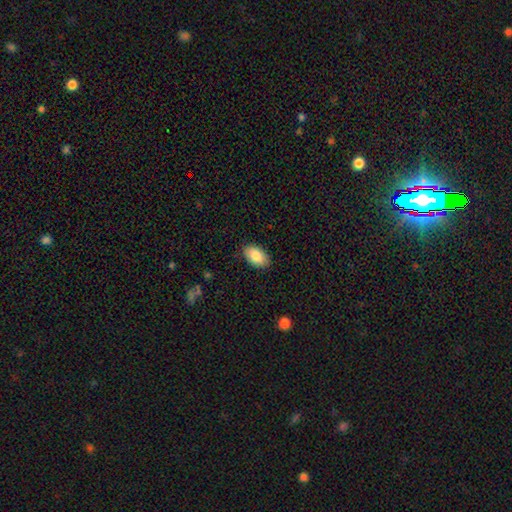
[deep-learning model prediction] A smooth galaxy with no disk features (86%) that is in between round and cigar-shaped (93%). Merging: none (87%).